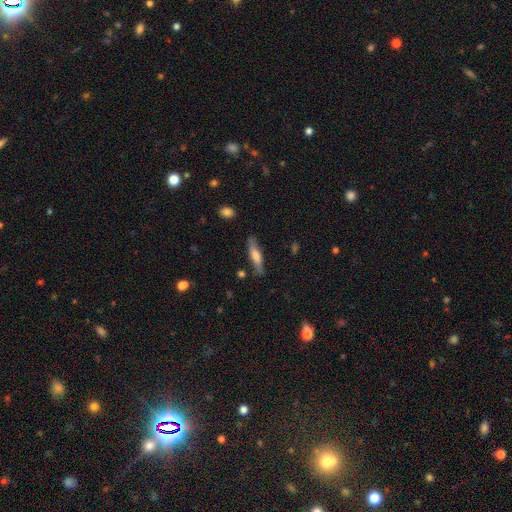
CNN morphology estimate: This is possibly a smooth galaxy (56%). How rounded: likely cigar-shaped (79%). Merging: clearly none (83%).